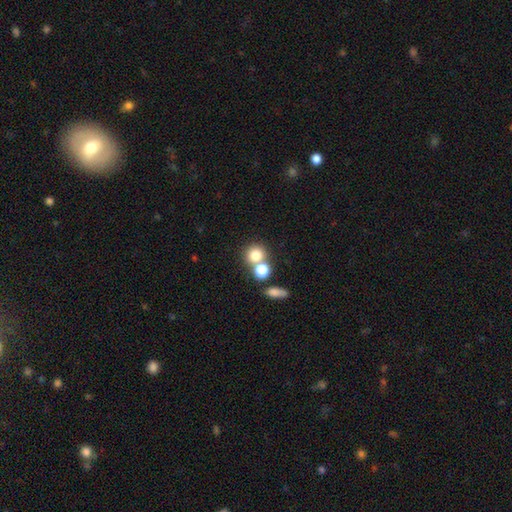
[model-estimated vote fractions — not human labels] smooth-or-featured: smooth: 76% | star or artifact: 13% | featured or disk: 10%
  how-rounded: round: 85% | in between: 14% | cigar-shaped: 1%
  merging: none: 52% | merger: 37% | minor disturbance: 7% | major disturbance: 3%